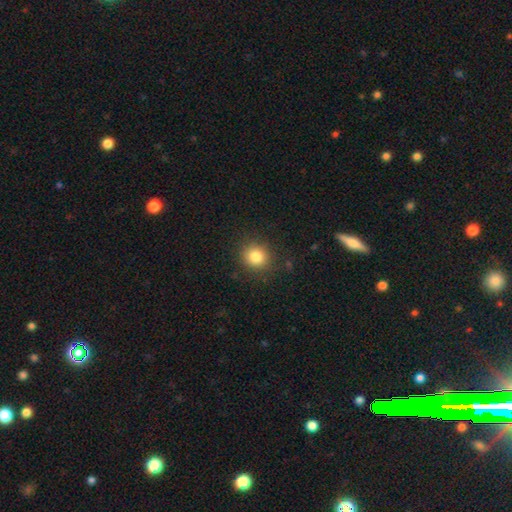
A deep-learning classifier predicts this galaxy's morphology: Overall: smooth (83%). How rounded: round (87%). Merging: none (88%).